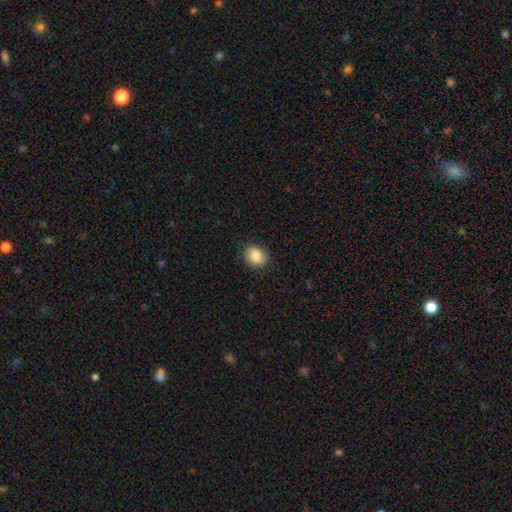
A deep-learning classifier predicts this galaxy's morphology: Smooth or featured? smooth (88%)
How rounded? round (52%)
Merging? none (85%)